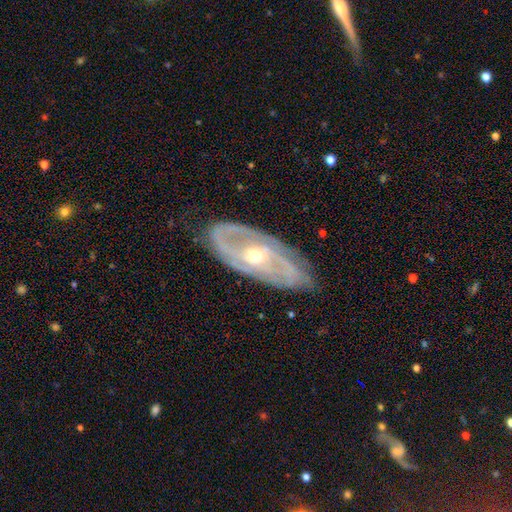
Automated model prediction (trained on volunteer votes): A featured or disk galaxy (87%) with no bar (59%), 2 (46%) tight (55%) spiral arms (94%) and a moderate central bulge (52%). Merging: none (78%).